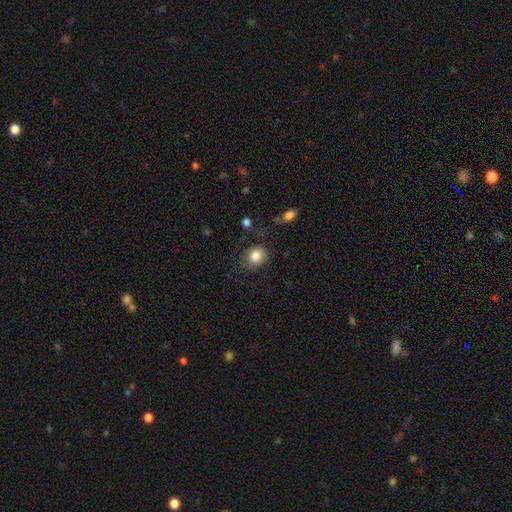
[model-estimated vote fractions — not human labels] Smooth or featured? Predicted: smooth (p=0.84). How rounded? Predicted: round (p=0.64). Merging? Predicted: none (p=0.72).